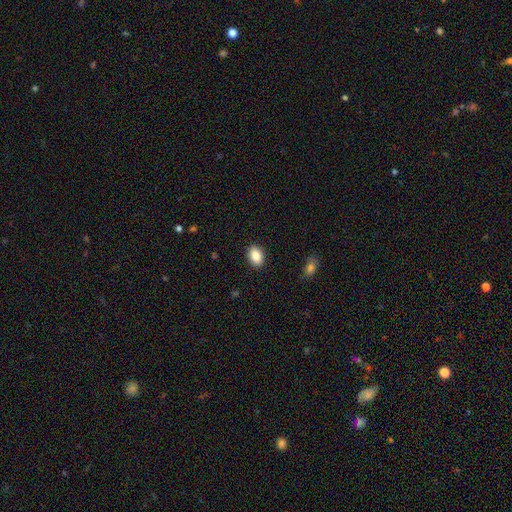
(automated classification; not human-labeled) Smooth or featured?
  - smooth: 86% *
  - star or artifact: 8%
  - featured or disk: 6%
How rounded?
  - in between: 81% *
  - round: 17%
  - cigar-shaped: 1%
Merging?
  - none: 89% *
  - minor disturbance: 8%
  - major disturbance: 2%
  - merger: 1%